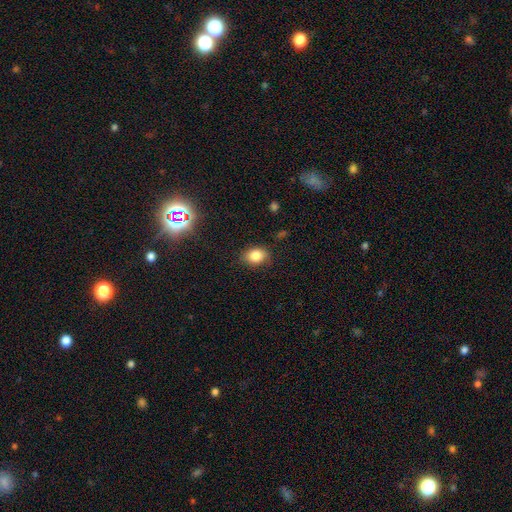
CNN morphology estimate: Smooth or featured: smooth — 83% (star or artifact — 11%)
How rounded: in between — 63% (round — 36%)
Merging: none — 82% (minor disturbance — 14%)